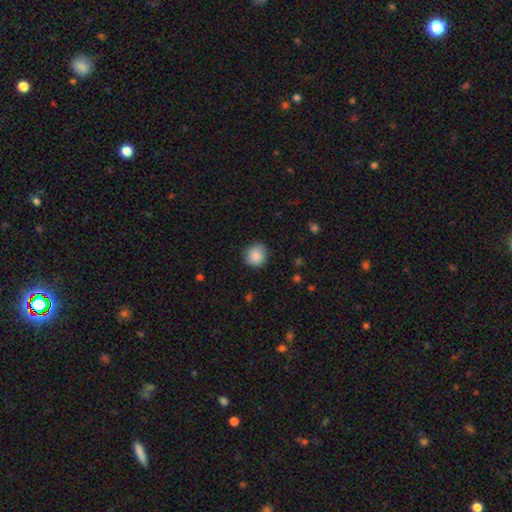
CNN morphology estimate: Q: Smooth or featured?
A: smooth (88%); runner-up: star or artifact (8%)
Q: How rounded?
A: round (91%); runner-up: in between (8%)
Q: Merging?
A: none (87%); runner-up: minor disturbance (10%)